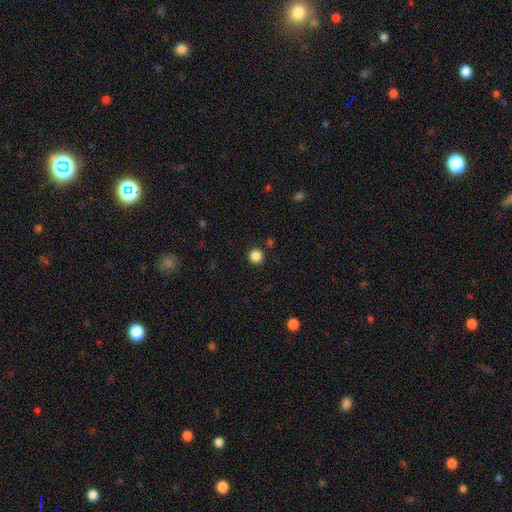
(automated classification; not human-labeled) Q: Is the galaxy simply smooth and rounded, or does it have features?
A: smooth — 86%.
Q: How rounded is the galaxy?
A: round — 95%.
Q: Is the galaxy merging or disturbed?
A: none — 91%.